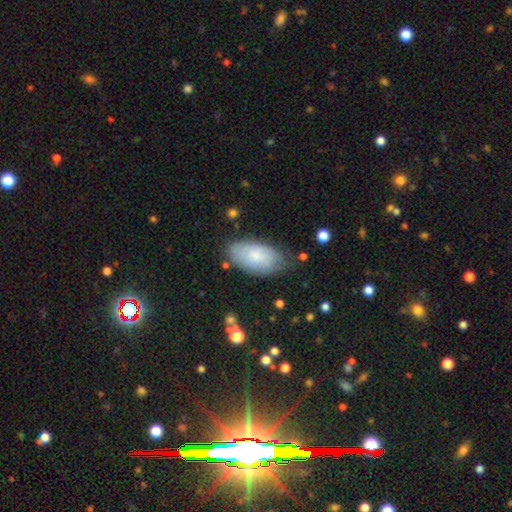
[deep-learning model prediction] The model was most divided on "smooth or featured": smooth: 67%, featured or disk: 26%, star or artifact: 7%. More confident: how rounded — in between (94%); merging — none (70%).